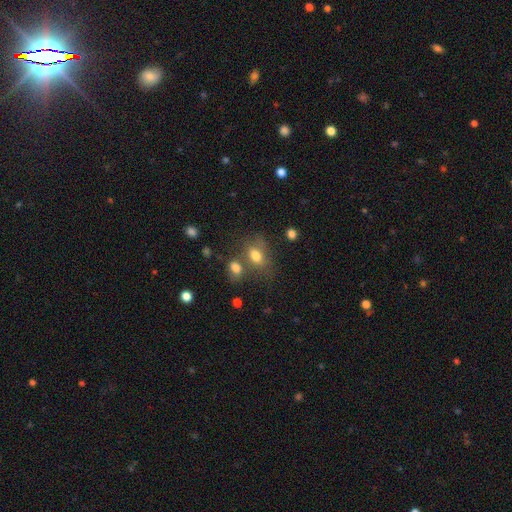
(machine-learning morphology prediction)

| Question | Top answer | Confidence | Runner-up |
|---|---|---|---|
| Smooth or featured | smooth | 75% | star or artifact (12%) |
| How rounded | in between | 74% | round (24%) |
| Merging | none | 48% | merger (28%) |